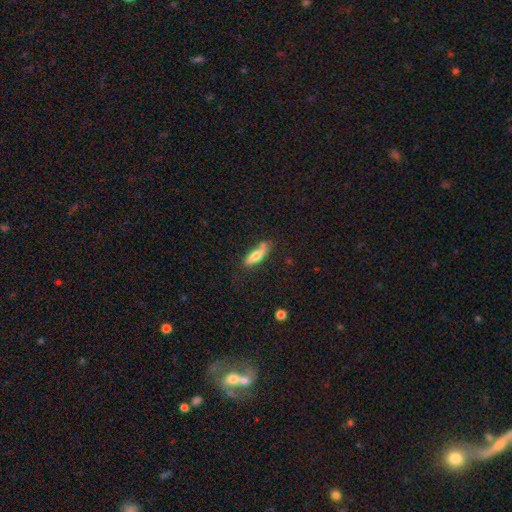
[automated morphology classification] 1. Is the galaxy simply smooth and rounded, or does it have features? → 70% smooth, 23% featured or disk, 7% star or artifact.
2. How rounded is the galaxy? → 63% cigar-shaped, 35% in between, 2% round.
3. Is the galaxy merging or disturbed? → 60% none, 23% minor disturbance, 10% merger, 7% major disturbance.